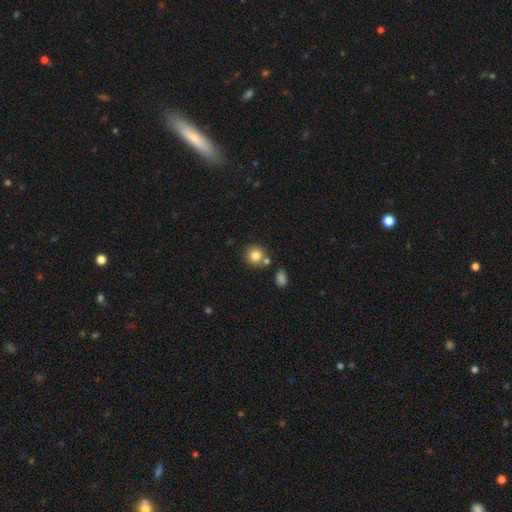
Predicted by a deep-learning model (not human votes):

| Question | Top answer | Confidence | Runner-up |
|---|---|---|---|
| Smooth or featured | smooth | 82% | star or artifact (10%) |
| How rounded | round | 89% | in between (10%) |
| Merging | none | 72% | merger (15%) |